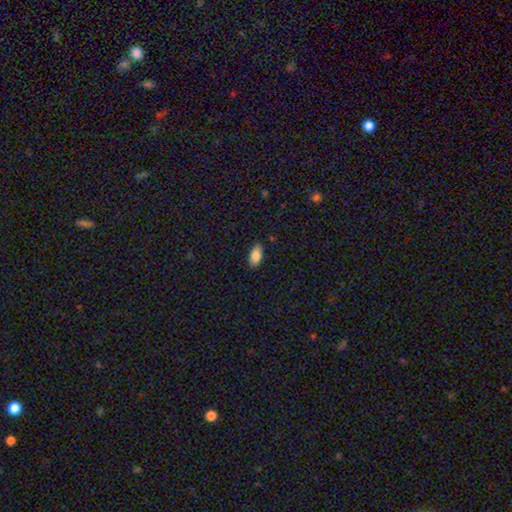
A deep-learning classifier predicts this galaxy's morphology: Smooth or featured: smooth — 85% (featured or disk — 8%)
How rounded: in between — 92% (cigar-shaped — 5%)
Merging: none — 87% (minor disturbance — 10%)